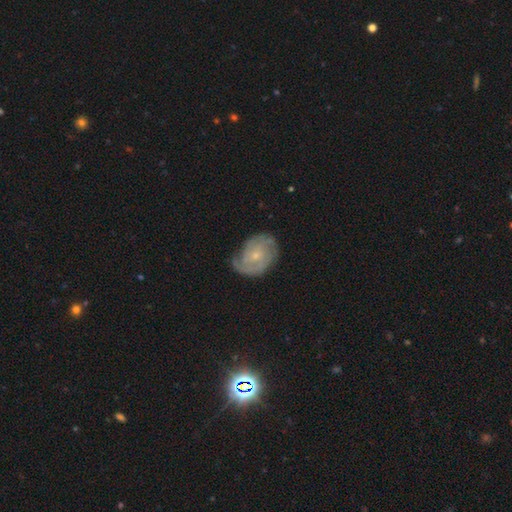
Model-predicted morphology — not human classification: This appears to be a featured or disk galaxy (76%) with no bar (69%), 2 (39%) tight (58%) spiral arms (93%) and a small central bulge (69%). Merging: none (69%).